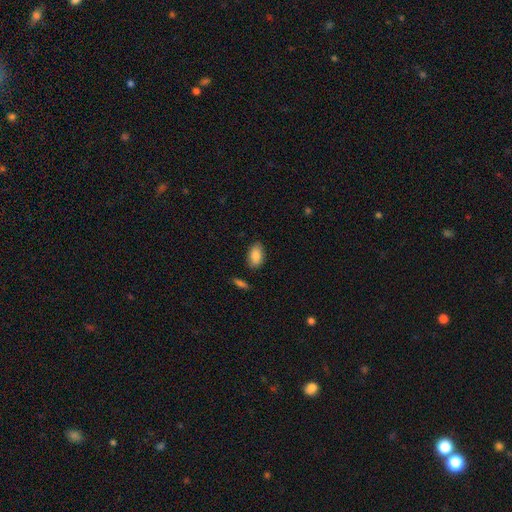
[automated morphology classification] Smooth or featured? Predicted: smooth (p=0.86). How rounded? Predicted: in between (p=0.93). Merging? Predicted: none (p=0.84).